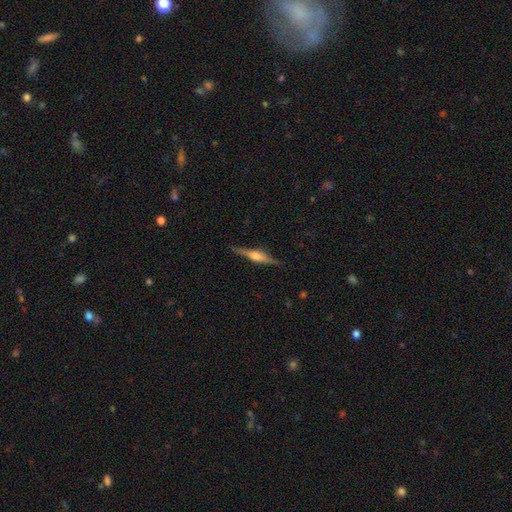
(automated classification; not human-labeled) This appears to be a featured or disk galaxy (74%) viewed edge-on (98%) with a rounded central bulge (87%). Merging: none (89%).